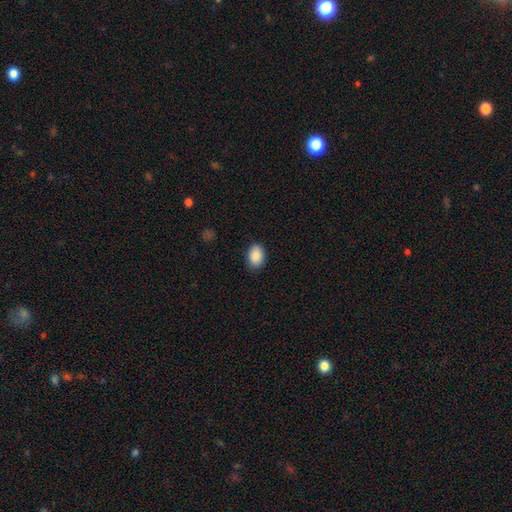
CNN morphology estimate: This is clearly a smooth galaxy (89%). How rounded: likely in between (80%). Merging: clearly none (85%).